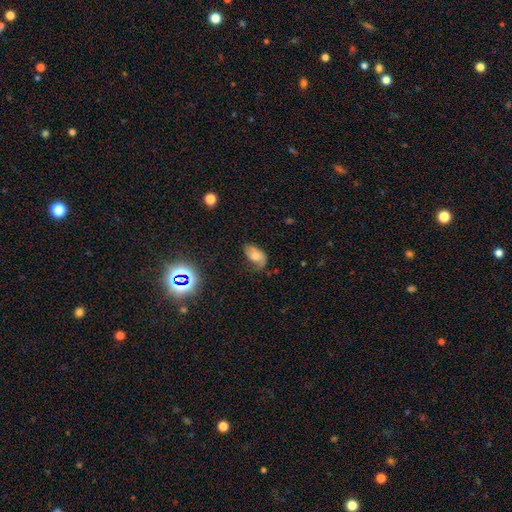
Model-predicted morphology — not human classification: Smooth or featured? Predicted: smooth (p=0.55). How rounded? Predicted: in between (p=0.91). Merging? Predicted: none (p=0.54).